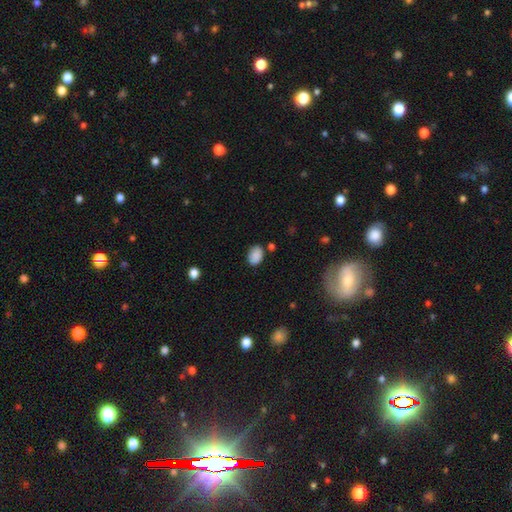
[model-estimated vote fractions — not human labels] Smooth or featured: smooth — 88% (star or artifact — 8%)
How rounded: in between — 79% (round — 19%)
Merging: none — 78% (minor disturbance — 15%)